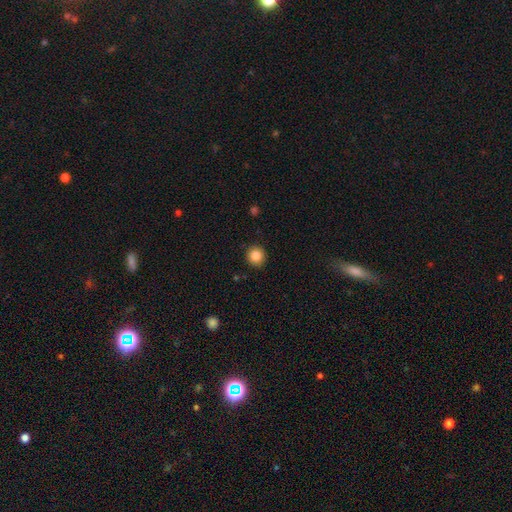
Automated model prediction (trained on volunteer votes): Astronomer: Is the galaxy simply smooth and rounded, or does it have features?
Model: smooth — 85%.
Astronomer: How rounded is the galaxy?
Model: round — 92%.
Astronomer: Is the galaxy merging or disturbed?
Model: none — 92%.